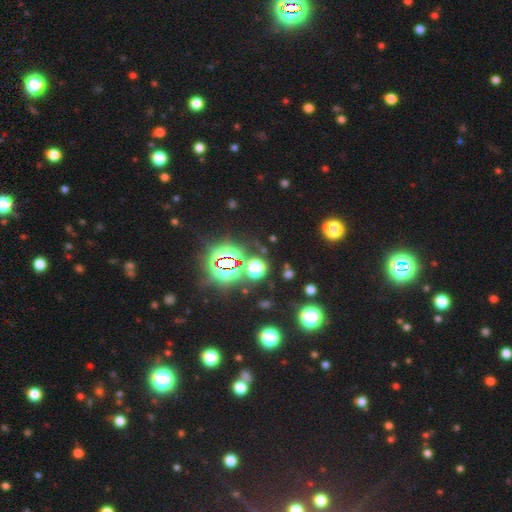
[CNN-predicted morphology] smooth-or-featured: star or artifact: 80% | smooth: 13% | featured or disk: 7%